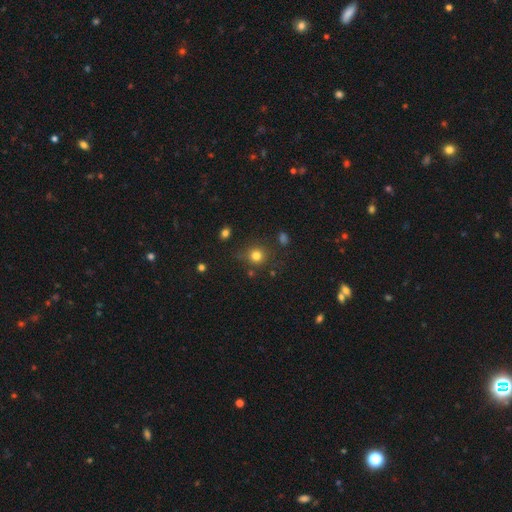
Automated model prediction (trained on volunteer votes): smooth-or-featured: smooth: 78% | star or artifact: 15% | featured or disk: 7%
  how-rounded: round: 89% | in between: 10% | cigar-shaped: 1%
  merging: none: 77% | minor disturbance: 14% | major disturbance: 5% | merger: 4%